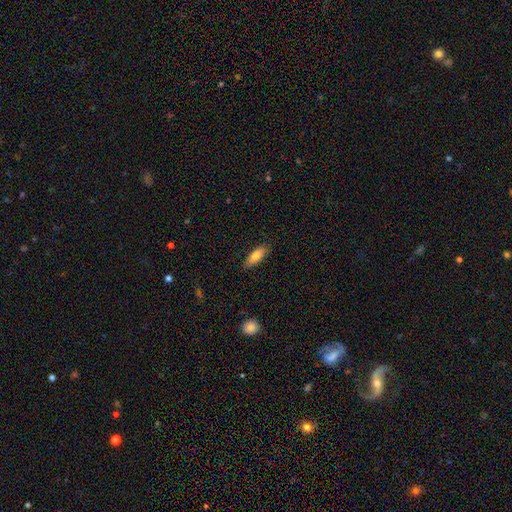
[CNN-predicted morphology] Smooth or featured? Predicted: smooth (p=0.79). How rounded? Predicted: in between (p=0.64). Merging? Predicted: none (p=0.86).